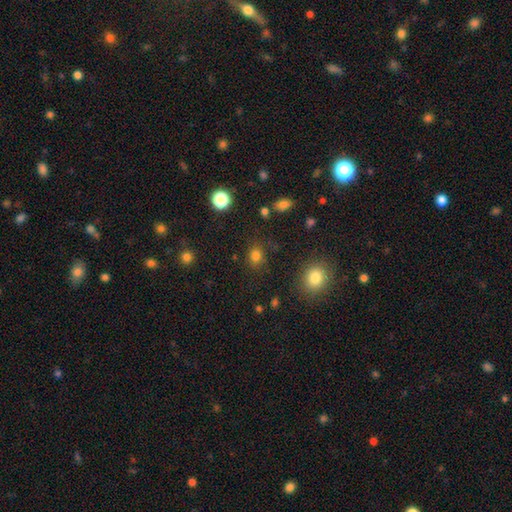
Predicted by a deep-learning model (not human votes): This appears to be a smooth galaxy with no disk features (79%) that is round (60%). Merging: none (79%).